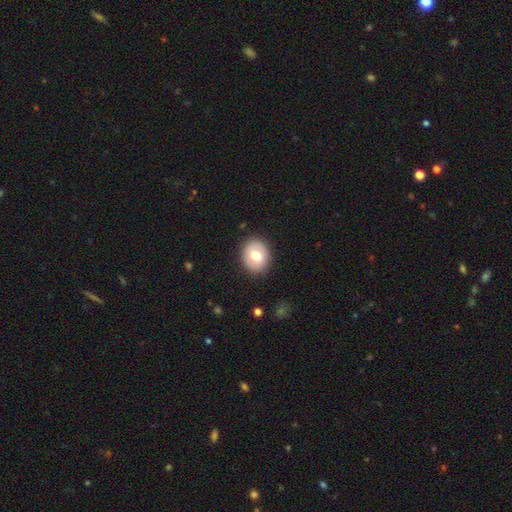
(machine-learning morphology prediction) The model was most divided on "how rounded": round: 59%, in between: 40%, cigar-shaped: 1%. More confident: merging — none (88%); smooth or featured — smooth (71%).